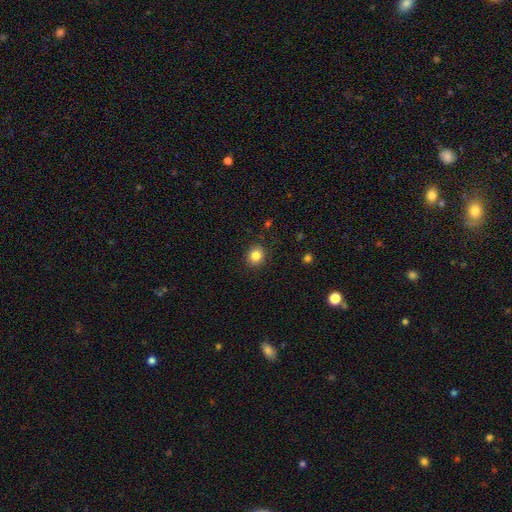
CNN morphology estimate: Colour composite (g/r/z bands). It shows a smooth galaxy with no disk features (84%) that is round (76%). Merging: none (88%).